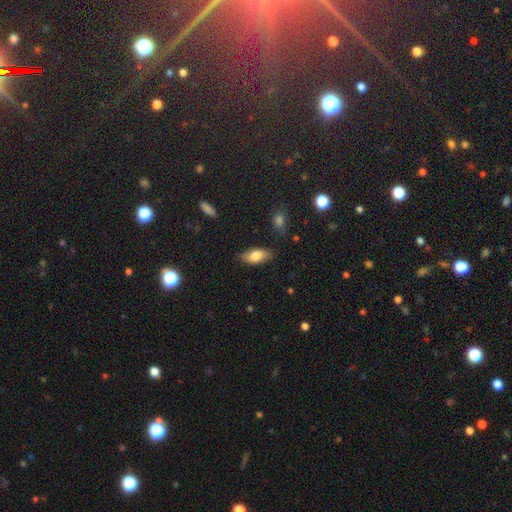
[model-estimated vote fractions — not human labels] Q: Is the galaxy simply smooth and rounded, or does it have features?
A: smooth — 76%.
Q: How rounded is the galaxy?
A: in between — 84%.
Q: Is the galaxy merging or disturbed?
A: none — 79%.